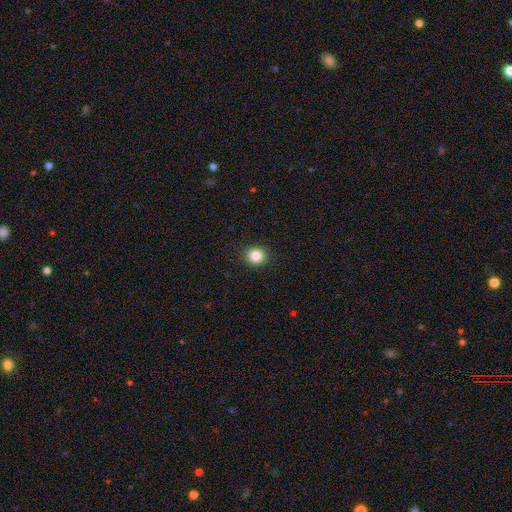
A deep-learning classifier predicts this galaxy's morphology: A smooth galaxy with no disk features (85%) that is round (87%).

Vote fractions:
- Smooth or featured? smooth: 85% / star or artifact: 11% / featured or disk: 5%
- How rounded? round: 87% / in between: 12% / cigar-shaped: 1%
- Merging? none: 91% / minor disturbance: 6% / major disturbance: 2% / merger: 1%